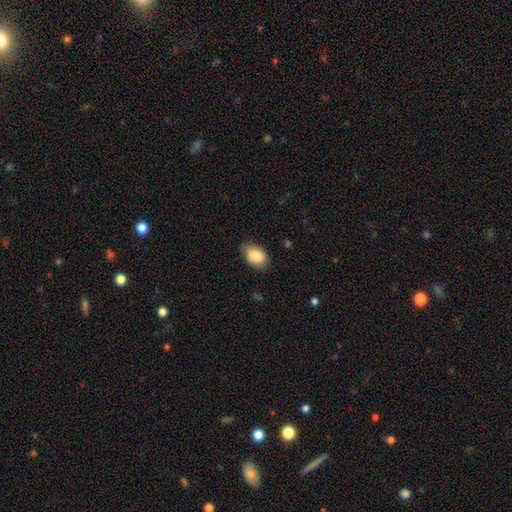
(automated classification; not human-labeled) Smooth or featured? smooth (84%)
How rounded? in between (83%)
Merging? none (70%)